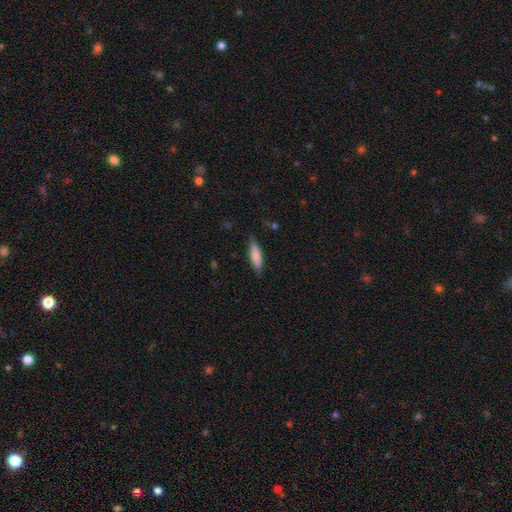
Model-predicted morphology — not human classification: Overall: smooth (79%). How rounded: cigar-shaped (59%; in between 39%). Merging: none (82%).